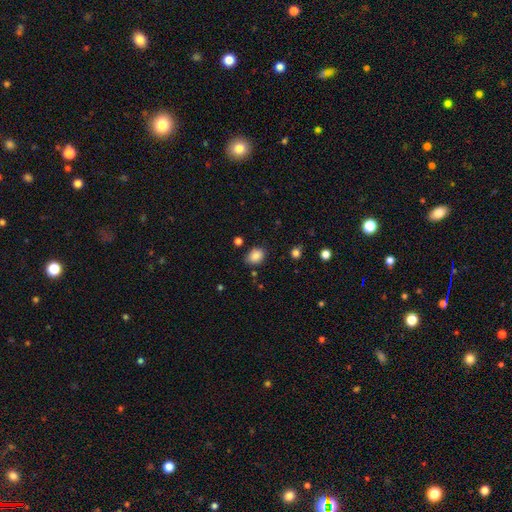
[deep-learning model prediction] smooth 86%, star or artifact 10%, featured or disk 4%. Down the decision tree: how rounded — in between (64%); merging — none (79%).